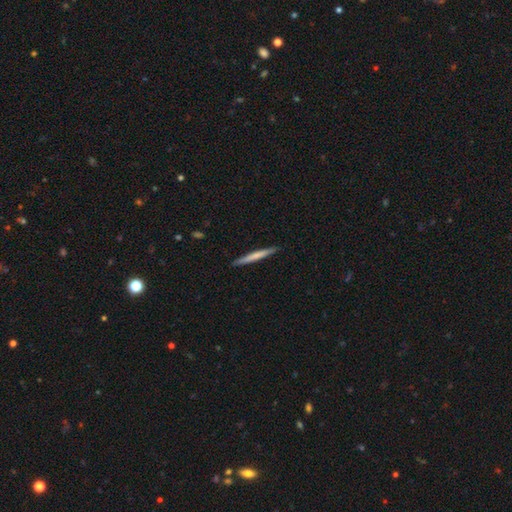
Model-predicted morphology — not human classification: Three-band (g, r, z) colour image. It shows a smooth galaxy with no disk features (60%) that is cigar-shaped (97%). Merging: none (91%).